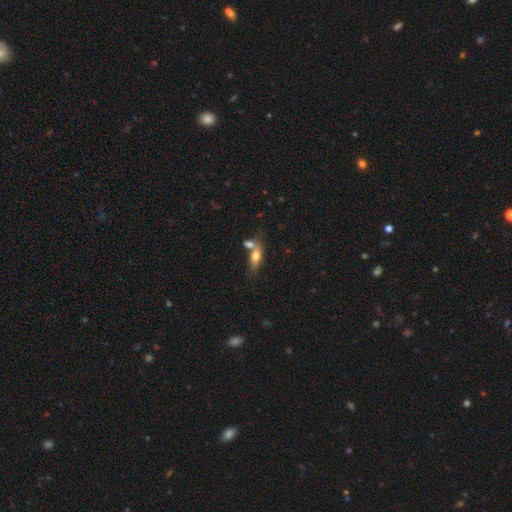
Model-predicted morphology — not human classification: Q: Smooth or featured?
A: smooth (65%); runner-up: featured or disk (27%)
Q: How rounded?
A: in between (72%); runner-up: cigar-shaped (23%)
Q: Merging?
A: none (45%); runner-up: merger (37%)